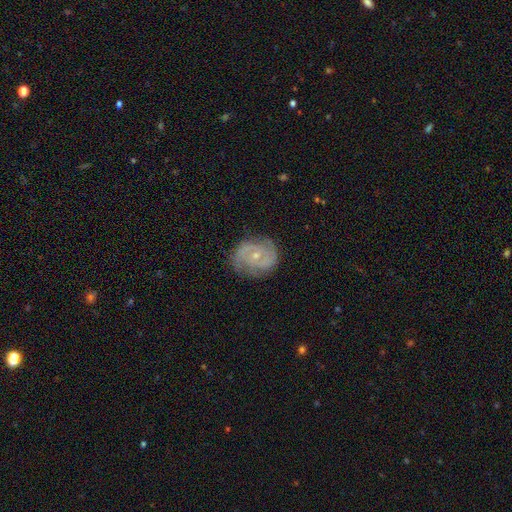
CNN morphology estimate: smooth_or_featured: featured or disk (p=0.81) [alt: smooth p=0.12]
disk_edge_on: no (p=0.98) [alt: yes p=0.02]
bar: no (p=0.67) [alt: weak p=0.27]
has_spiral_arms: yes (p=0.95) [alt: no p=0.05]
spiral_winding: tight (p=0.52) [alt: medium p=0.39]
spiral_arm_count: 2 (p=0.63) [alt: can't tell p=0.14]
bulge_size: small (p=0.68) [alt: moderate p=0.29]
merging: none (p=0.78) [alt: minor disturbance p=0.16]